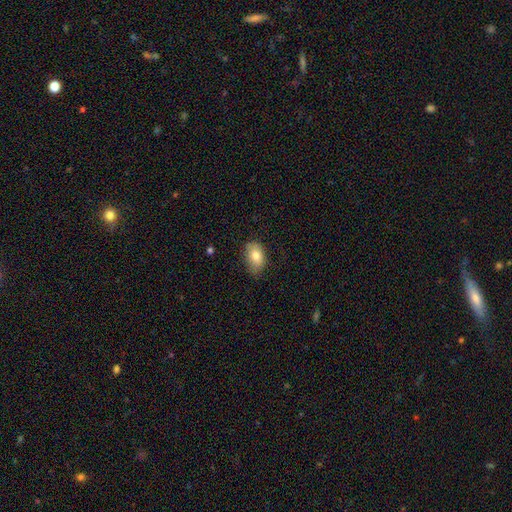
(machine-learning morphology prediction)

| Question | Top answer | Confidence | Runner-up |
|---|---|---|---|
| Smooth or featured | smooth | 81% | featured or disk (11%) |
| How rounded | in between | 88% | round (11%) |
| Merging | none | 66% | minor disturbance (27%) |